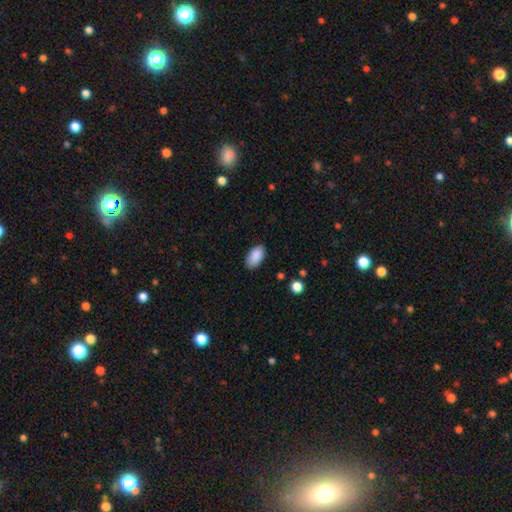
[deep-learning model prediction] This appears to be a smooth galaxy with no disk features (90%) that is in between round and cigar-shaped (95%). Merging: none (86%).